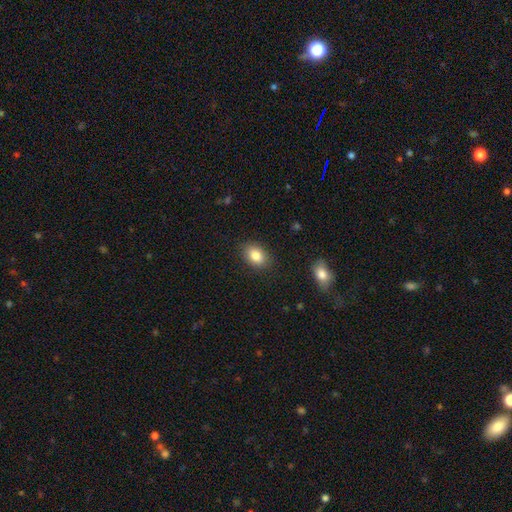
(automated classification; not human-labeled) A smooth galaxy with no disk features (85%) that is in between round and cigar-shaped (79%).

Vote fractions:
- Smooth or featured? smooth: 85% / star or artifact: 8% / featured or disk: 7%
- How rounded? in between: 79% / round: 19% / cigar-shaped: 1%
- Merging? none: 86% / minor disturbance: 10% / major disturbance: 3% / merger: 1%